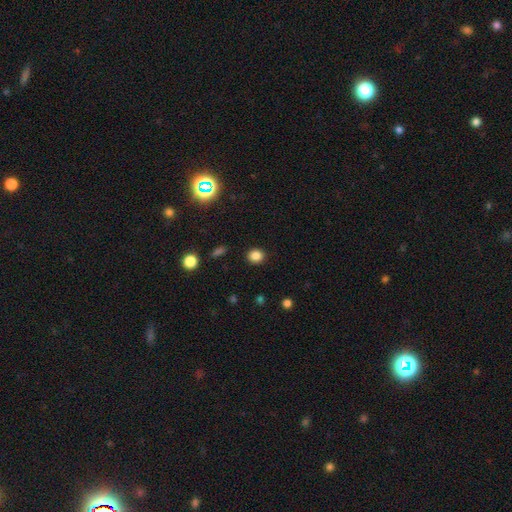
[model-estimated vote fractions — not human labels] Smooth or featured?
  - smooth: 84% *
  - star or artifact: 12%
  - featured or disk: 4%
How rounded?
  - round: 76% *
  - in between: 23%
  - cigar-shaped: 1%
Merging?
  - none: 90% *
  - minor disturbance: 7%
  - major disturbance: 2%
  - merger: 1%